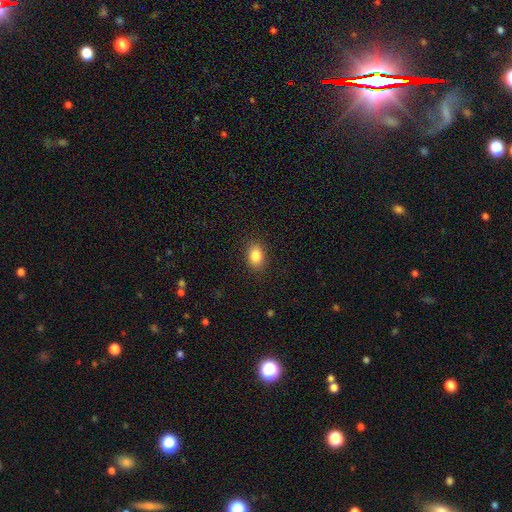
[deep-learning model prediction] Smooth or featured: smooth — 85% (star or artifact — 9%)
How rounded: in between — 75% (round — 23%)
Merging: none — 88% (minor disturbance — 9%)